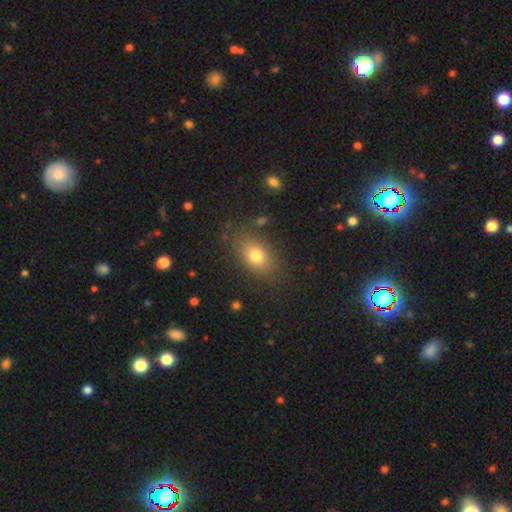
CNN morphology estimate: smooth-or-featured: smooth: 75% | featured or disk: 13% | star or artifact: 11%
  how-rounded: in between: 78% | round: 19% | cigar-shaped: 3%
  merging: none: 81% | minor disturbance: 12% | major disturbance: 5% | merger: 2%